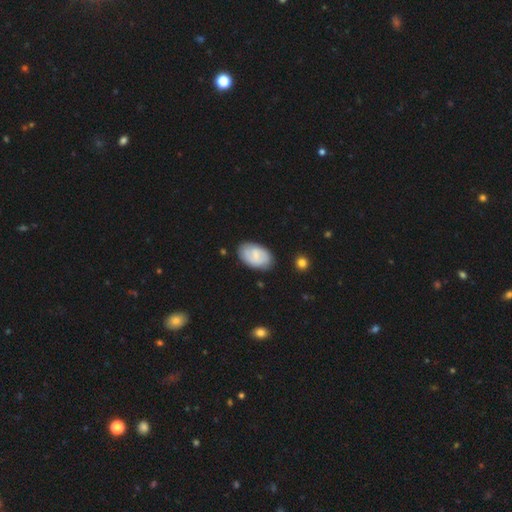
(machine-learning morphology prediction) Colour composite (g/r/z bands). It shows a smooth galaxy with no disk features (49%). Merging: none (78%).